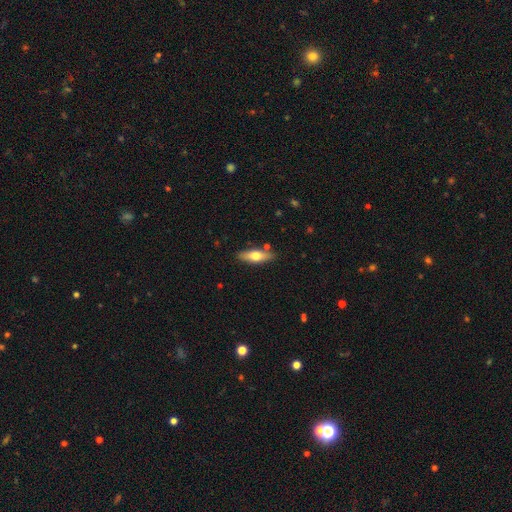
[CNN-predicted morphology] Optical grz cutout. It shows a smooth galaxy with no disk features (55%) that is in between round and cigar-shaped (50%). Merging: none (84%).